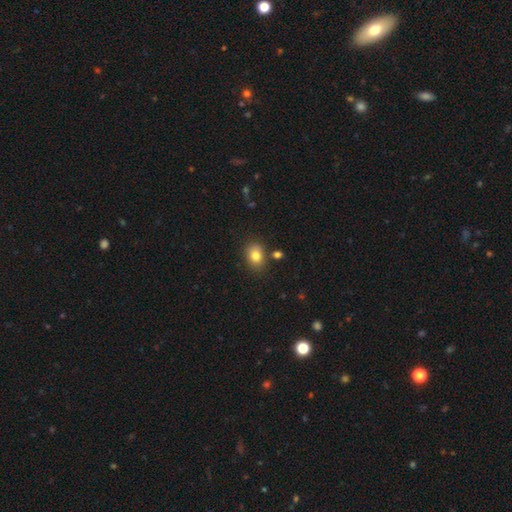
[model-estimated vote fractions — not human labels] This appears to be a smooth galaxy with no disk features (81%) that is in between round and cigar-shaped (61%). Merging: none (78%).